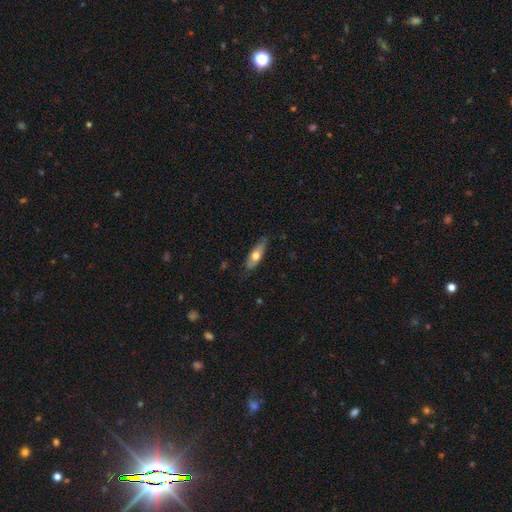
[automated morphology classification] smooth_or_featured: smooth (p=0.60) [alt: featured or disk p=0.34]
how_rounded: in between (p=0.65) [alt: cigar-shaped p=0.33]
merging: none (p=0.77) [alt: minor disturbance p=0.19]